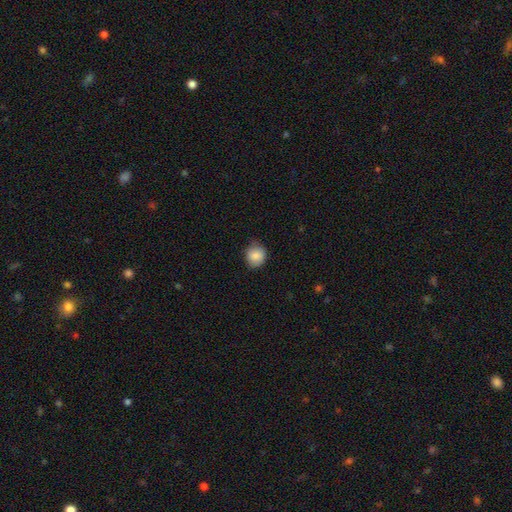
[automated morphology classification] smooth 86%, star or artifact 8%, featured or disk 6%. Down the decision tree: how rounded — round (76%); merging — none (75%).